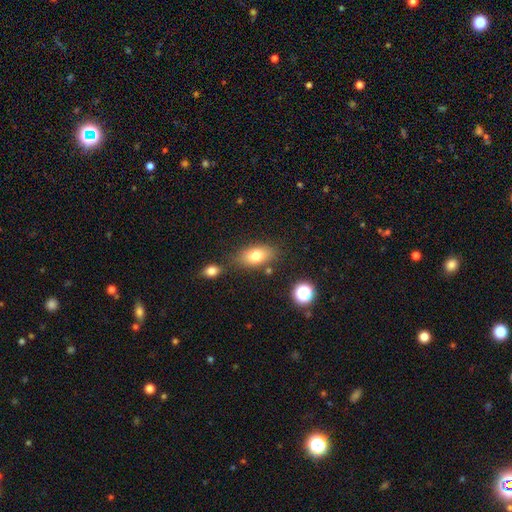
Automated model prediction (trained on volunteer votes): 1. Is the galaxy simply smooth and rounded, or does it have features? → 78% smooth, 13% featured or disk, 9% star or artifact.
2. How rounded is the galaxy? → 86% in between, 9% round, 5% cigar-shaped.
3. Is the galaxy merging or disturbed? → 72% none, 14% minor disturbance, 9% merger, 4% major disturbance.